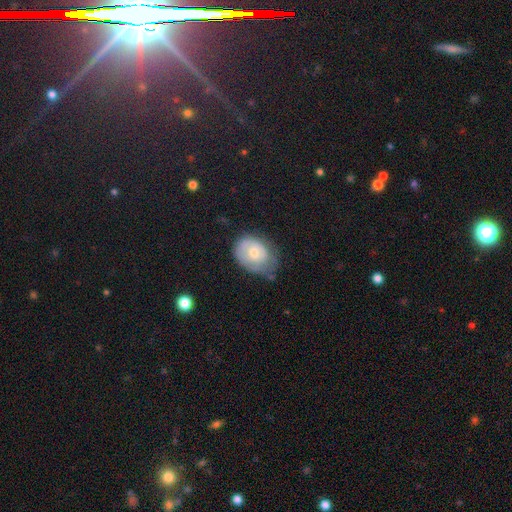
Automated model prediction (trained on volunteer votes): Smooth or featured? Predicted: smooth (p=0.57). How rounded? Predicted: in between (p=0.64). Merging? Predicted: none (p=0.41).